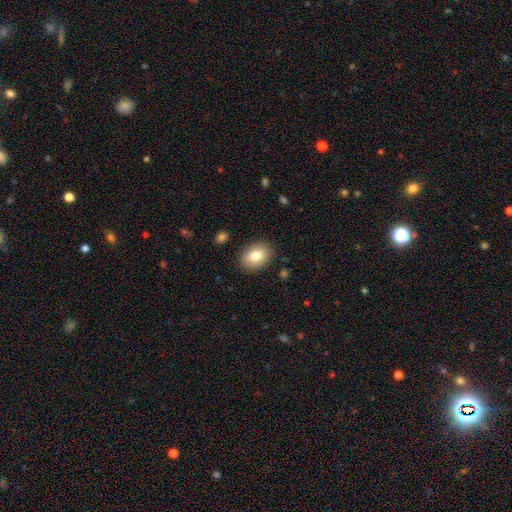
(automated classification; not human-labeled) smooth_or_featured: smooth (p=0.82) [alt: featured or disk p=0.10]
how_rounded: in between (p=0.75) [alt: round p=0.24]
merging: none (p=0.87) [alt: minor disturbance p=0.09]